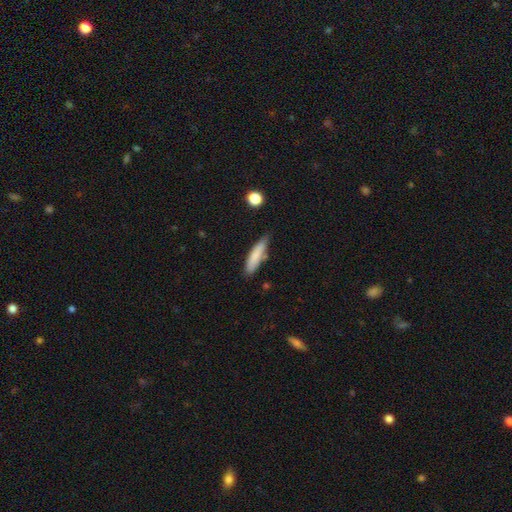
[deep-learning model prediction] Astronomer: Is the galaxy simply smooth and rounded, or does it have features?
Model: smooth — 81%.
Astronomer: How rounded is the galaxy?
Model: cigar-shaped — 74%.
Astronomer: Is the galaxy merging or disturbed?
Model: none — 72%.